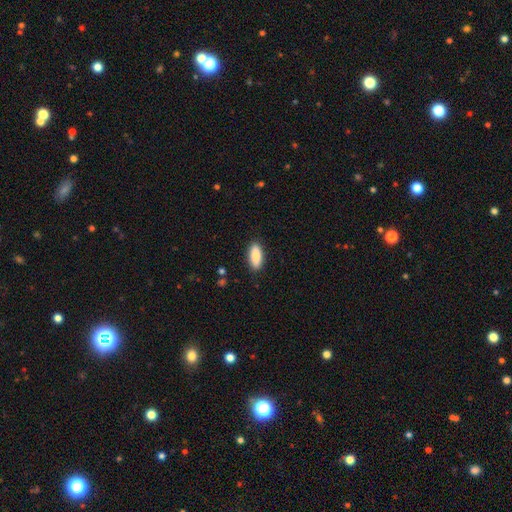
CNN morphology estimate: A smooth galaxy with no disk features (87%) that is in between round and cigar-shaped (79%). Merging: none (88%).